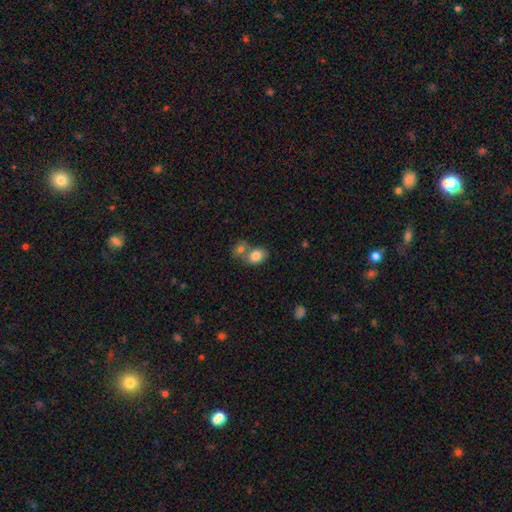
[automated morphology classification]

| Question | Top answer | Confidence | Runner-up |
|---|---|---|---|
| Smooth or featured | smooth | 81% | featured or disk (11%) |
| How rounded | in between | 68% | round (31%) |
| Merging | merger | 44% | none (38%) |